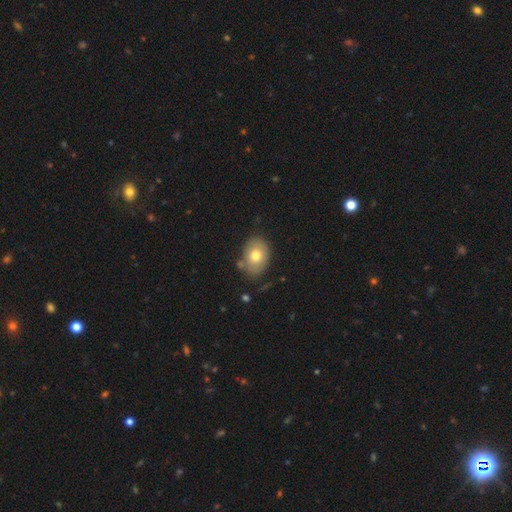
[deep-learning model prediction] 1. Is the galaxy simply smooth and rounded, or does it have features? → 74% smooth, 17% featured or disk, 9% star or artifact.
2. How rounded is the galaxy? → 71% in between, 28% round, 1% cigar-shaped.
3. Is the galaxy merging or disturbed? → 74% none, 17% minor disturbance, 5% merger, 4% major disturbance.